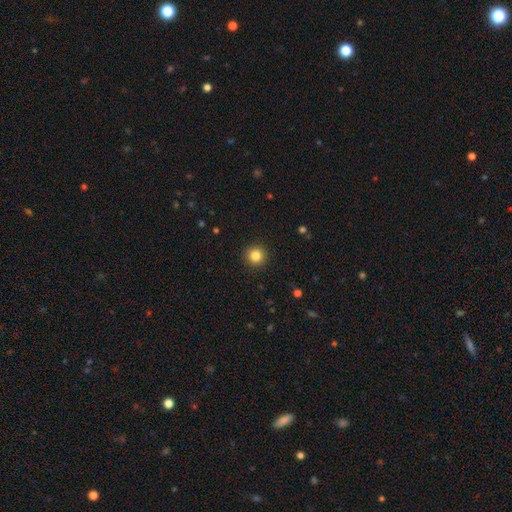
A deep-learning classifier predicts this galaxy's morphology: A smooth galaxy with no disk features (83%) that is round (95%). Merging: none (92%).